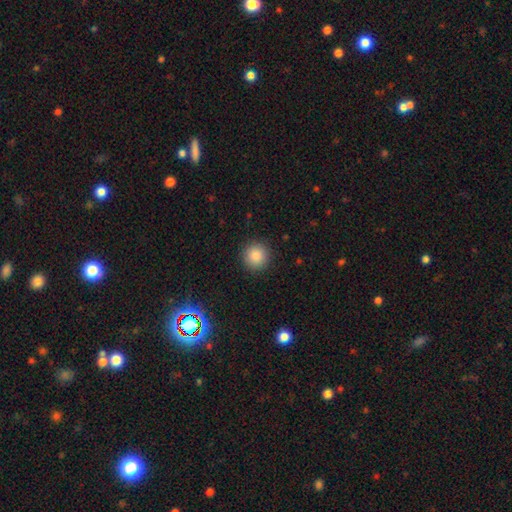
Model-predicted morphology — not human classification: smooth_or_featured: smooth (p=0.86) [alt: star or artifact p=0.10]
how_rounded: round (p=0.94) [alt: in between p=0.05]
merging: none (p=0.91) [alt: minor disturbance p=0.06]